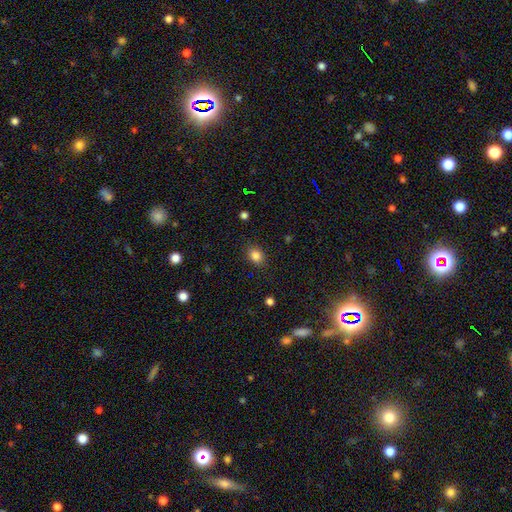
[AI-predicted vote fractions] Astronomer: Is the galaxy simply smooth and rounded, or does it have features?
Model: smooth — 84%.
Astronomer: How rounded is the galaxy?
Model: round — 55% (runner-up: in between, 44%).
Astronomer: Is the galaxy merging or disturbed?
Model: none — 86%.